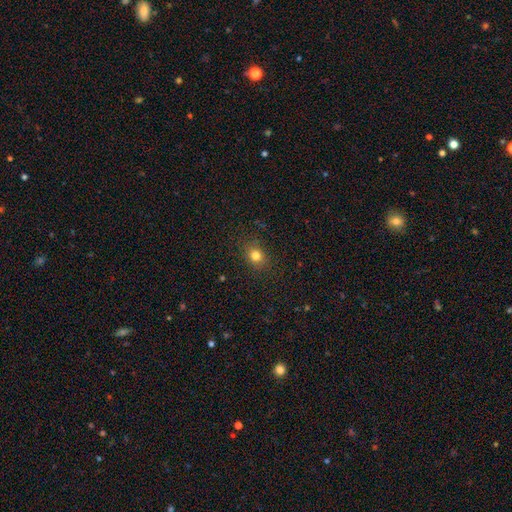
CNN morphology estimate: This is likely a smooth galaxy (80%). How rounded: likely round (63%). Merging: clearly none (86%).